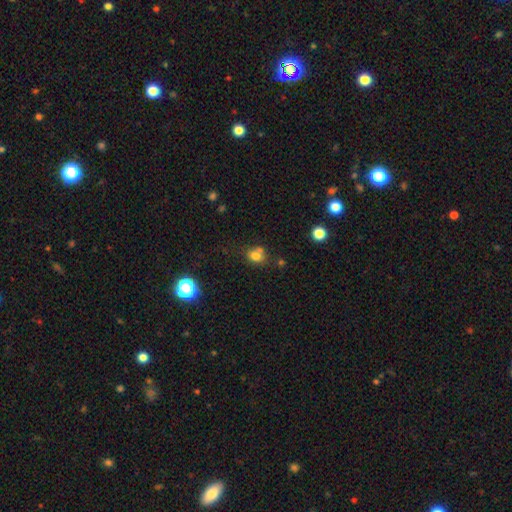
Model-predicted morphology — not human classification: smooth_or_featured: smooth (p=0.76) [alt: star or artifact p=0.14]
how_rounded: round (p=0.57) [alt: in between p=0.42]
merging: none (p=0.52) [alt: merger p=0.28]